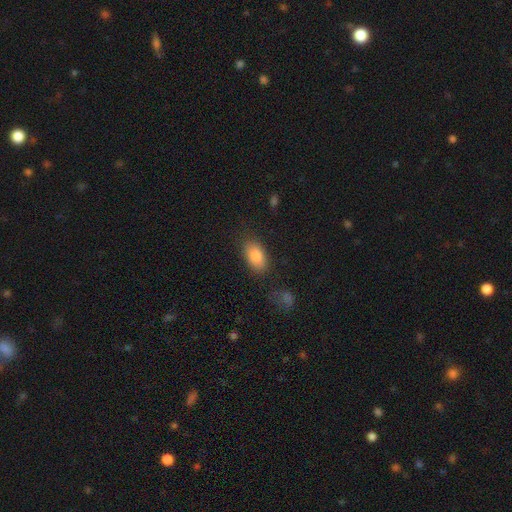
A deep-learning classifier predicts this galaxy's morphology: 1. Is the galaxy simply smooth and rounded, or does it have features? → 84% smooth, 8% featured or disk, 8% star or artifact.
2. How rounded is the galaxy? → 90% in between, 8% round, 2% cigar-shaped.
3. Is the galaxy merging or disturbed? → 79% none, 13% minor disturbance, 4% major disturbance, 3% merger.